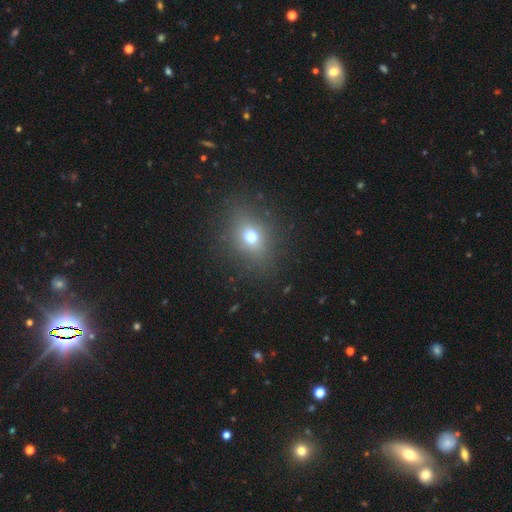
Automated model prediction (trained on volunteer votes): smooth 55%, star or artifact 34%, featured or disk 12%. Down the decision tree: how rounded — round (49%); merging — none (89%).